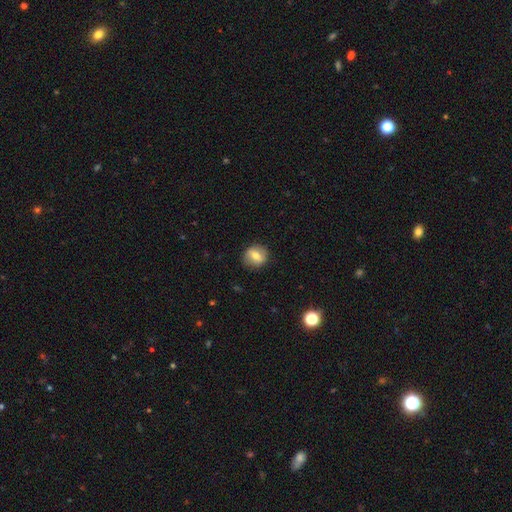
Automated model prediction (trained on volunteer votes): Q: Smooth or featured?
A: smooth (60%); runner-up: featured or disk (32%)
Q: How rounded?
A: round (81%); runner-up: in between (18%)
Q: Merging?
A: none (86%); runner-up: minor disturbance (10%)